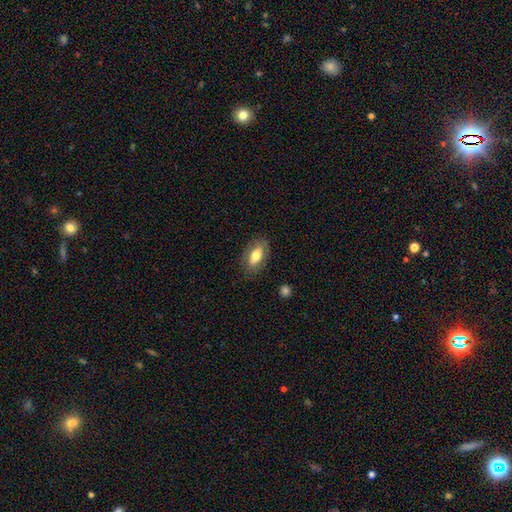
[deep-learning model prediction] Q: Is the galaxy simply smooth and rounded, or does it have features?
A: smooth — 64%.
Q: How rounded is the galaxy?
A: in between — 88%.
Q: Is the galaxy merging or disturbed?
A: none — 80%.